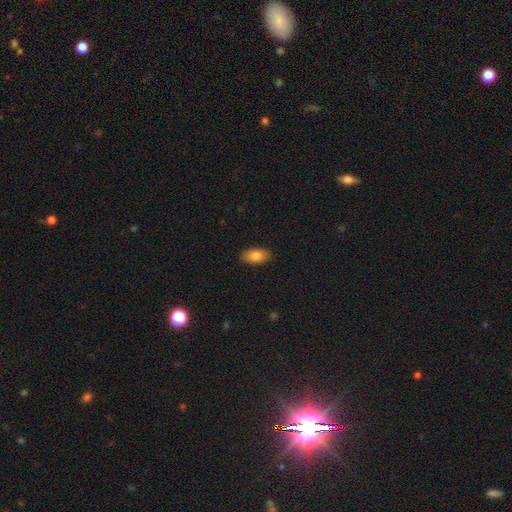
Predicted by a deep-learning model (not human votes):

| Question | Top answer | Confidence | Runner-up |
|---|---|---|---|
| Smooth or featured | smooth | 83% | featured or disk (10%) |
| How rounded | in between | 92% | cigar-shaped (5%) |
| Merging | none | 89% | minor disturbance (8%) |